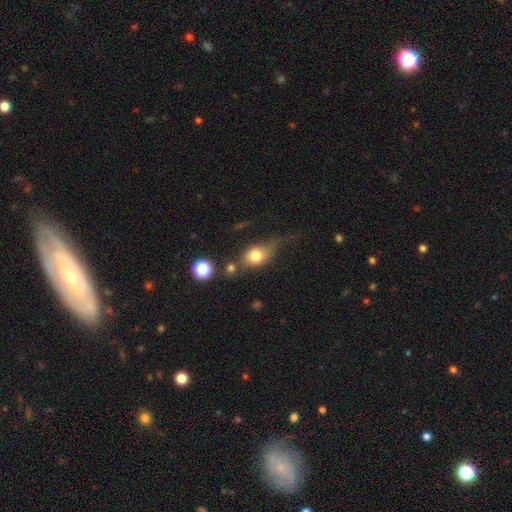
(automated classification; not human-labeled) This is likely a smooth galaxy (70%). How rounded: possibly in between (57%). Merging: marginally none (39%).